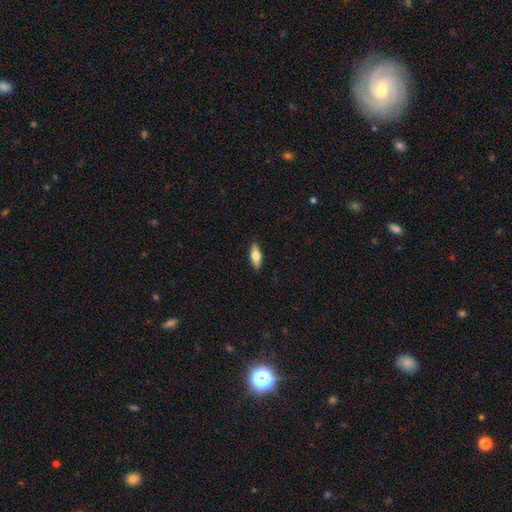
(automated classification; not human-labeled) Smooth or featured?
  - smooth: 67% *
  - featured or disk: 27%
  - star or artifact: 6%
How rounded?
  - in between: 69% *
  - cigar-shaped: 28%
  - round: 3%
Merging?
  - none: 89% *
  - minor disturbance: 9%
  - major disturbance: 2%
  - merger: 1%